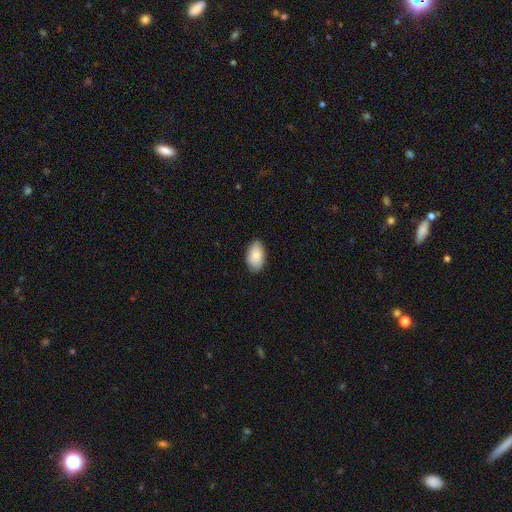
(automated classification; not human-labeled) smooth-or-featured: smooth: 84% | featured or disk: 10% | star or artifact: 6%
  how-rounded: in between: 94% | round: 4% | cigar-shaped: 2%
  merging: none: 84% | minor disturbance: 13% | major disturbance: 2% | merger: 1%